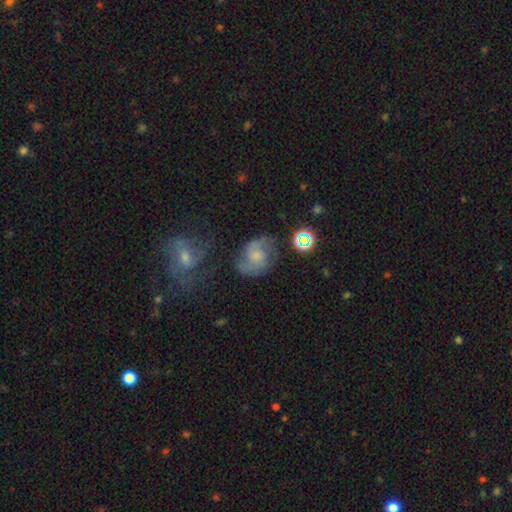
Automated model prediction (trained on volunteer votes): This is possibly a featured or disk galaxy (59%). It is clearly not viewed edge-on (97%). Bar: likely no (61%). Spiral arm pattern: clearly yes (89%). Spiral arm count: clearly 2 (81%). Spiral winding: possibly medium (48%). Central bulge: possibly small (50%). Merging: possibly none (57%).